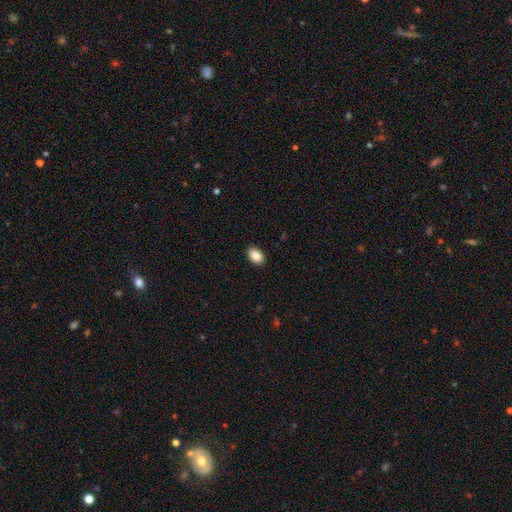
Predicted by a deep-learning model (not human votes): A smooth galaxy with no disk features (87%) that is in between round and cigar-shaped (87%). Merging: none (90%).